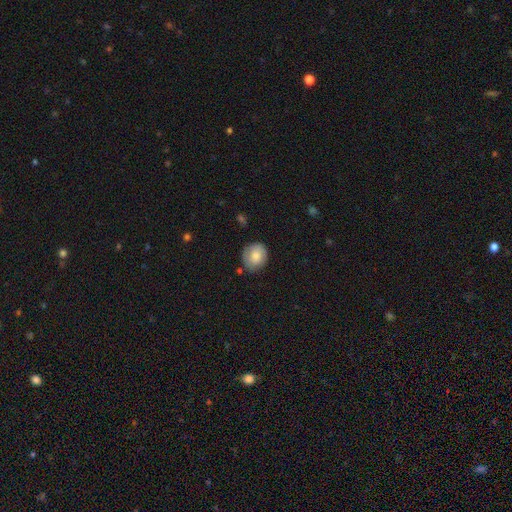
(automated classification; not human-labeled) A smooth galaxy with no disk features (68%) that is round (76%).

Vote fractions:
- Smooth or featured? smooth: 68% / featured or disk: 24% / star or artifact: 8%
- How rounded? round: 76% / in between: 23% / cigar-shaped: 1%
- Merging? none: 78% / minor disturbance: 16% / major disturbance: 4% / merger: 2%